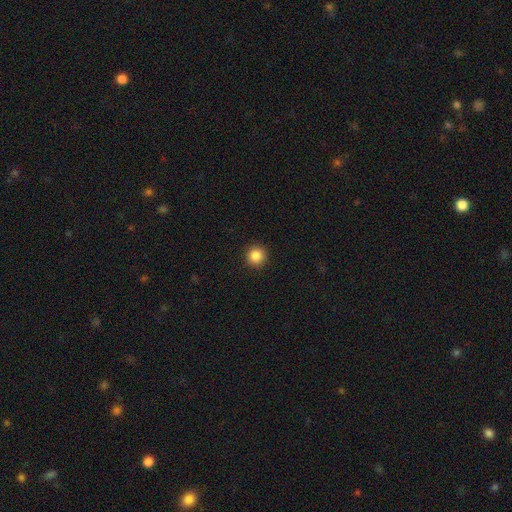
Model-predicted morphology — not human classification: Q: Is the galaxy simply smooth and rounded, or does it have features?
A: smooth — 86%.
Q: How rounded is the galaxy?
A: round — 95%.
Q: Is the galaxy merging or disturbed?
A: none — 93%.